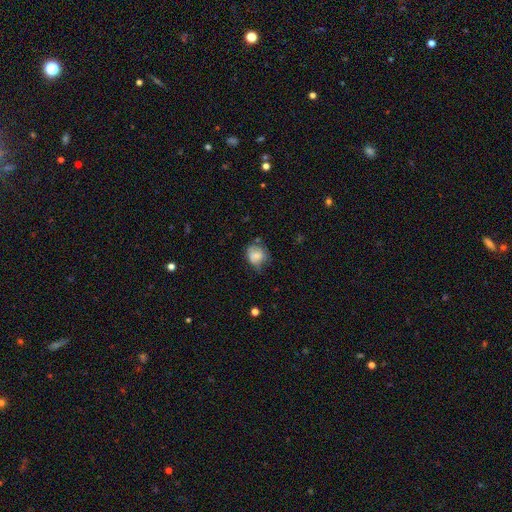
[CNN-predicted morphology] smooth-or-featured: smooth: 69% | featured or disk: 21% | star or artifact: 9%
  how-rounded: round: 62% | in between: 37% | cigar-shaped: 1%
  merging: none: 49% | minor disturbance: 33% | major disturbance: 14% | merger: 4%